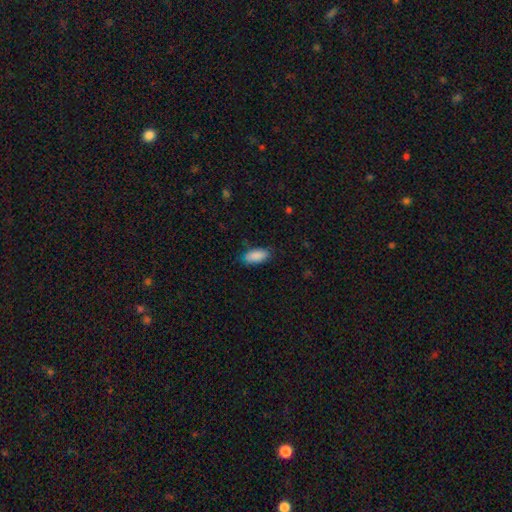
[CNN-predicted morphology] A smooth galaxy with no disk features (89%) that is in between round and cigar-shaped (90%). Merging: none (79%).